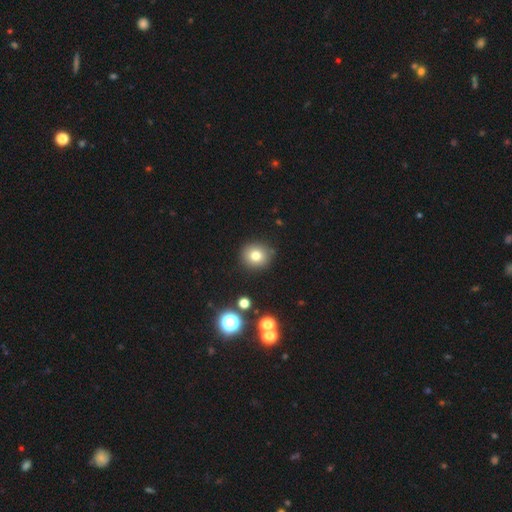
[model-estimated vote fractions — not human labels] Morphology: type=smooth (77%); roundness=round (89%); merging=none (86%).